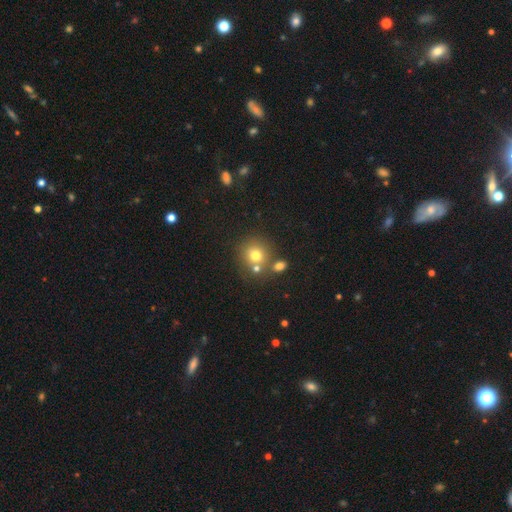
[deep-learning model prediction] Smooth or featured? Predicted: smooth (p=0.74). How rounded? Predicted: round (p=0.87). Merging? Predicted: none (p=0.62).